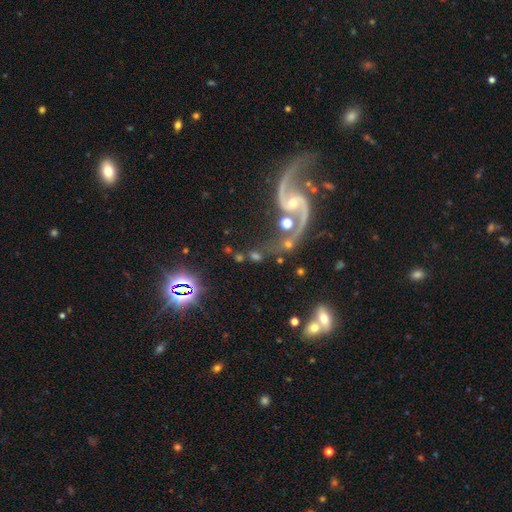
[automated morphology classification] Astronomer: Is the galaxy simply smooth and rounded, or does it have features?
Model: featured or disk — 72%.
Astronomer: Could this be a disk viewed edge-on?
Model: no — 96%.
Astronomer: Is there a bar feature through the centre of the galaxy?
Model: no — 45% (runner-up: weak, 39%).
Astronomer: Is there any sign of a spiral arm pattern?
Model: yes — 92%.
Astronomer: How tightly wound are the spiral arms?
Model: loose — 77%.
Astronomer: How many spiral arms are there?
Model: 2 — 92%.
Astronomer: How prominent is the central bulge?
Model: small — 53% (runner-up: moderate, 33%).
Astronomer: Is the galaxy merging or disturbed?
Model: none — 51%.